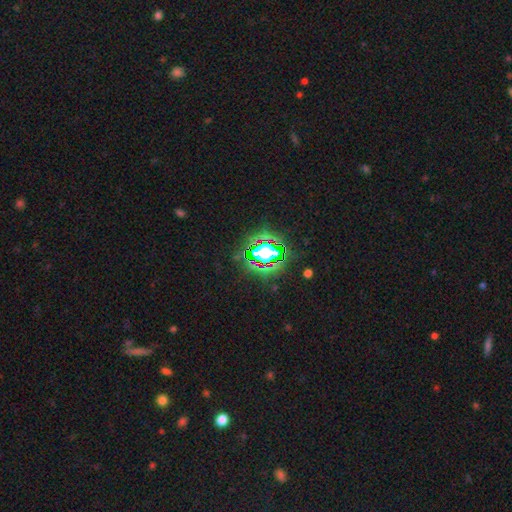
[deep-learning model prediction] star or artifact 81%, smooth 12%, featured or disk 7%.